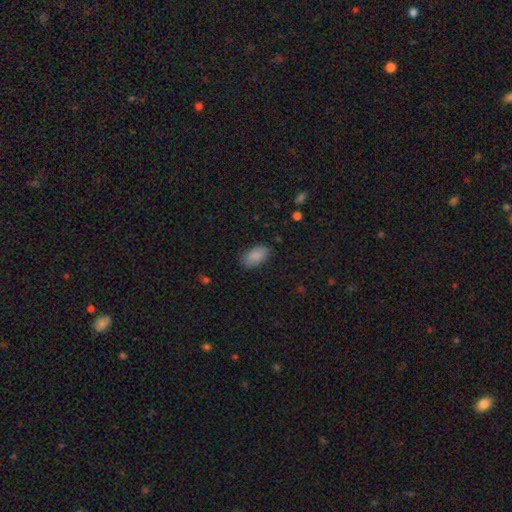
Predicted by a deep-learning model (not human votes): Smooth or featured: smooth — 88% (star or artifact — 7%)
How rounded: in between — 93% (round — 4%)
Merging: none — 81% (minor disturbance — 15%)